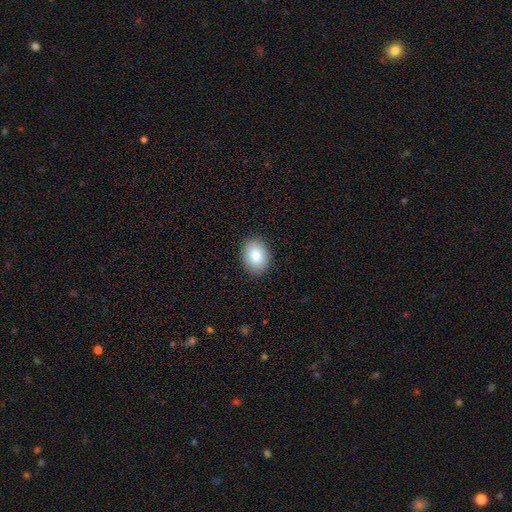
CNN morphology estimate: Smooth or featured? smooth (82%)
How rounded? in between (61%)
Merging? none (90%)